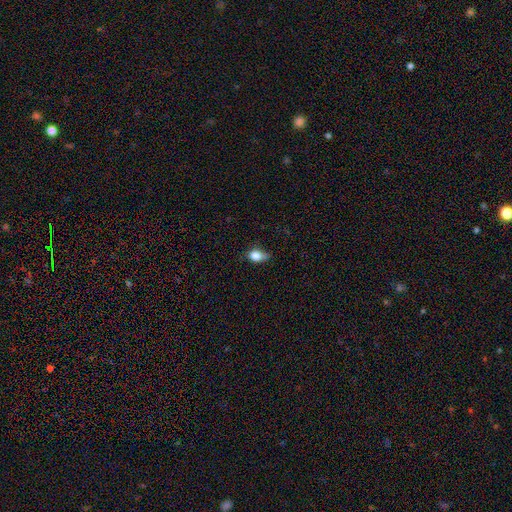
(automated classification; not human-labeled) Smooth or featured? Predicted: smooth (p=0.82). How rounded? Predicted: in between (p=0.73). Merging? Predicted: minor disturbance (p=0.42).